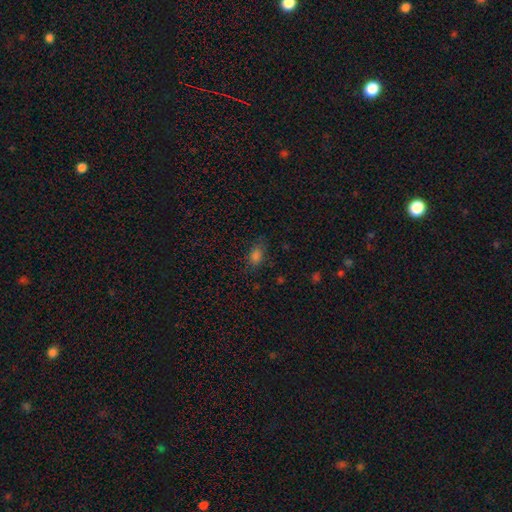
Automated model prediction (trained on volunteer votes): This appears to be a smooth galaxy with no disk features (76%) that is in between round and cigar-shaped (81%). Merging: none (76%).